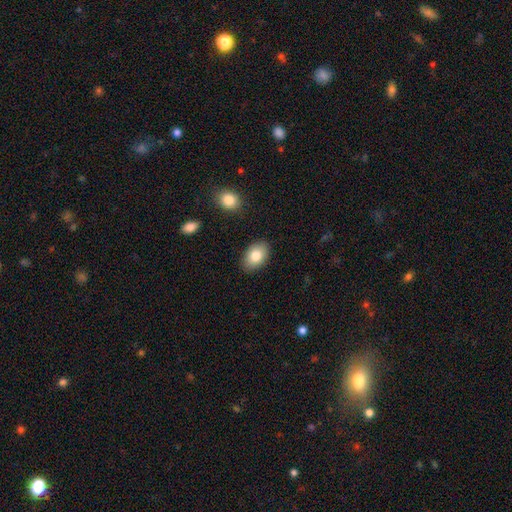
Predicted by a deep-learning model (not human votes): Smooth or featured? smooth (80%)
How rounded? in between (86%)
Merging? none (87%)